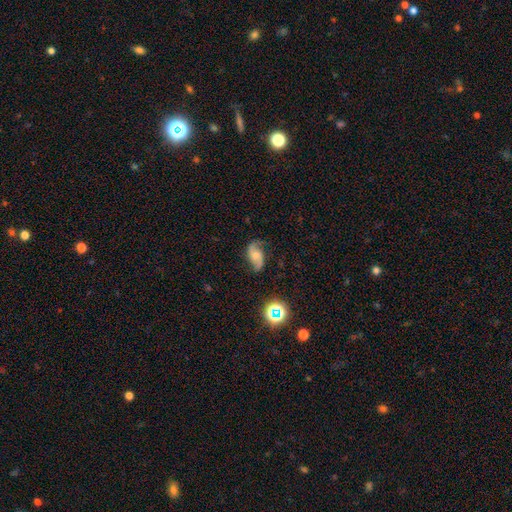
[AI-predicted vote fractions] This is likely a featured or disk galaxy (68%). It is clearly not viewed edge-on (96%). Bar: likely no (63%). Spiral arm pattern: clearly yes (92%). Spiral arm count: clearly 2 (89%). Spiral winding: likely loose (67%). Central bulge: marginally small (42%, tied with moderate). Merging: likely none (69%).